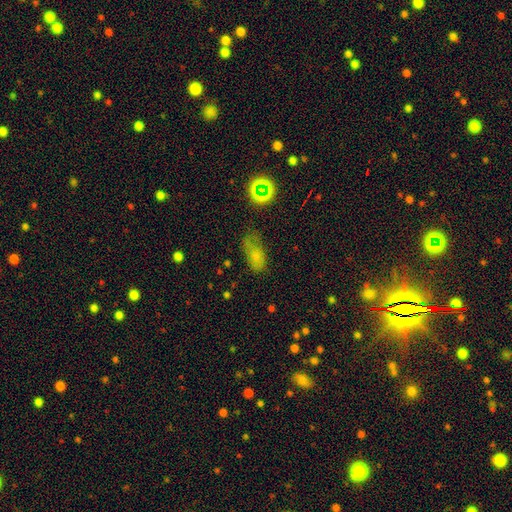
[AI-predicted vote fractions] Morphology: type=smooth (65%); roundness=in between (86%); merging=none (45%).